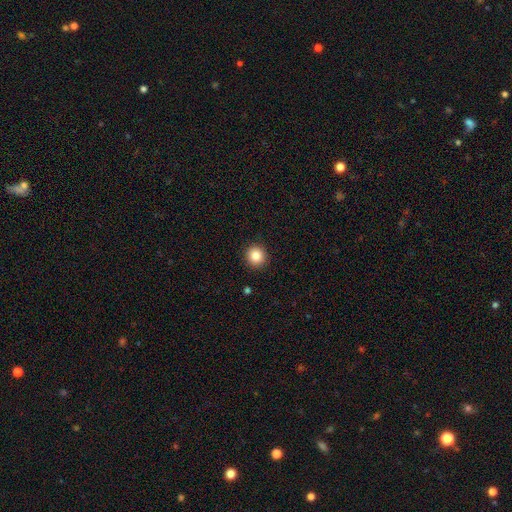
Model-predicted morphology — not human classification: A smooth galaxy with no disk features (87%) that is round (93%).

Vote fractions:
- Smooth or featured? smooth: 87% / star or artifact: 10% / featured or disk: 4%
- How rounded? round: 93% / in between: 6% / cigar-shaped: 1%
- Merging? none: 92% / minor disturbance: 5% / major disturbance: 2% / merger: 1%